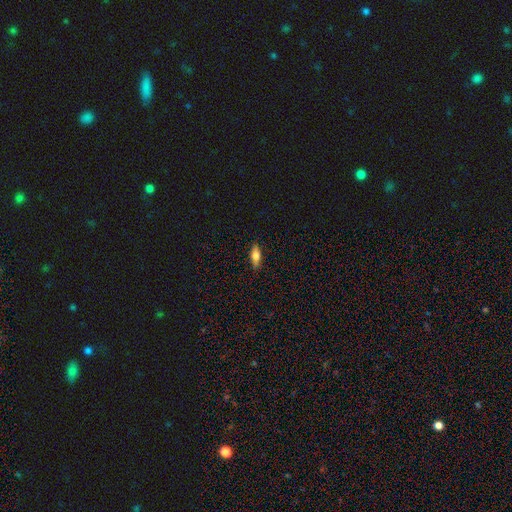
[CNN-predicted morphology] smooth 59%, featured or disk 34%, star or artifact 7%. Down the decision tree: how rounded — in between (61%); merging — none (88%).